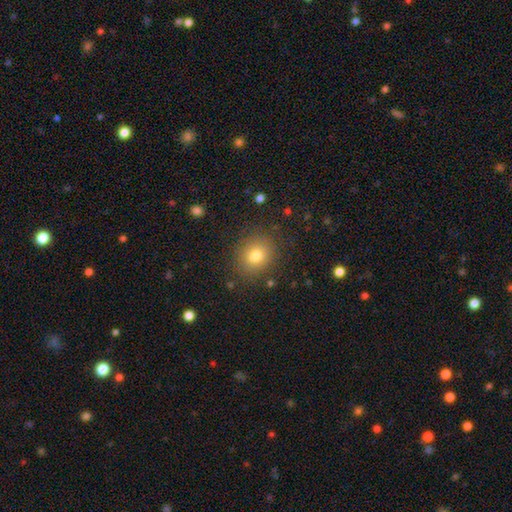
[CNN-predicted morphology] Smooth or featured? Predicted: smooth (p=0.77). How rounded? Predicted: round (p=0.72). Merging? Predicted: none (p=0.86).